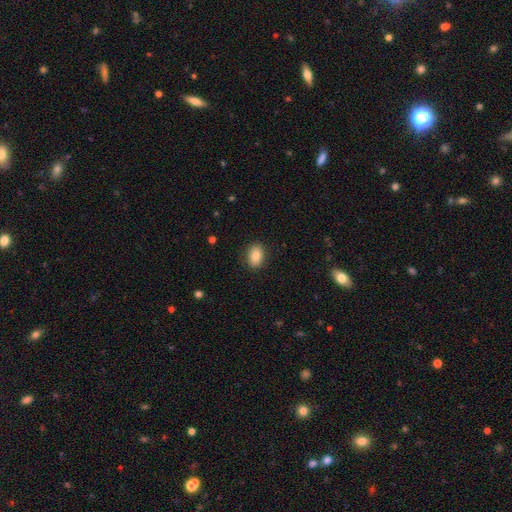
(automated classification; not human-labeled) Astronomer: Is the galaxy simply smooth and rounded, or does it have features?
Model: smooth — 82%.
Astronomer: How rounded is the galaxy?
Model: in between — 78%.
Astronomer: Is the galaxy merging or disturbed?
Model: none — 87%.